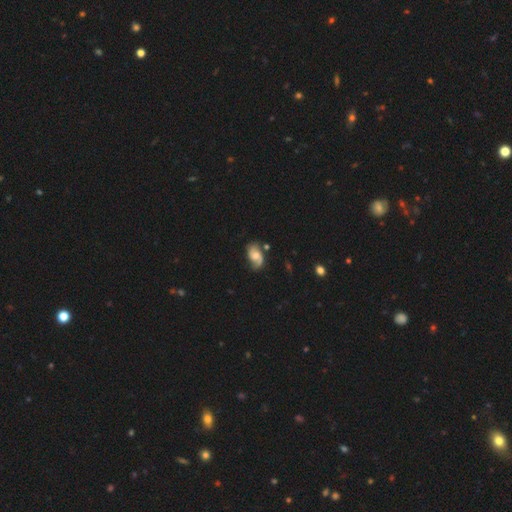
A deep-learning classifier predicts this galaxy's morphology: type=featured or disk (68%); edge-on=no (97%); bar=no (61%); spiral arms=yes (92%); winding=medium (42%); arm count=2 (76%); bulge=moderate (50%); merging=none (62%).